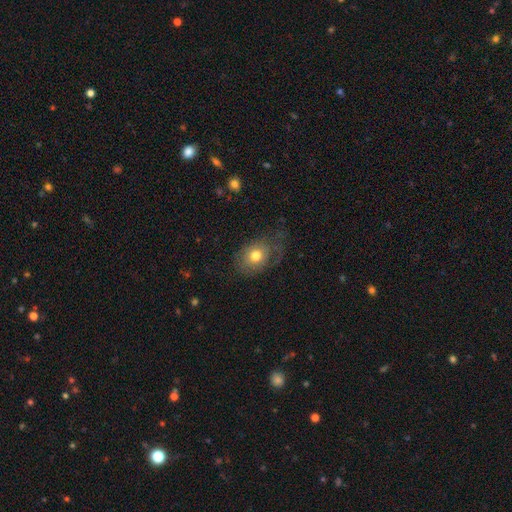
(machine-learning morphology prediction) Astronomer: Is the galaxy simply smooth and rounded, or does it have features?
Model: smooth — 66%.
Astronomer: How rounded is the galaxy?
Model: in between — 62% (runner-up: round, 37%).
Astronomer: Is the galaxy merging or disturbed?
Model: none — 50% (runner-up: minor disturbance, 26%).